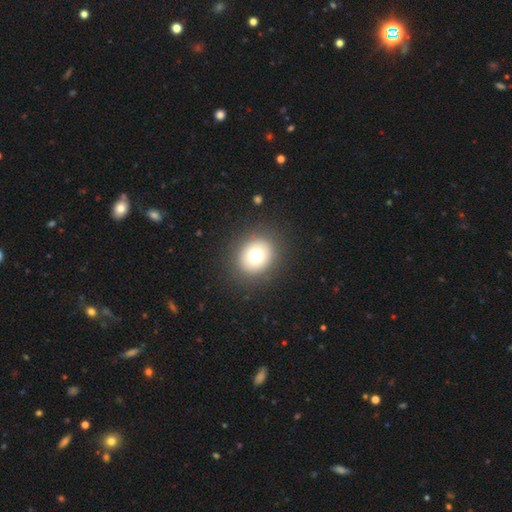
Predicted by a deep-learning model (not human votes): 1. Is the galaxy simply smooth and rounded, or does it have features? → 72% smooth, 16% featured or disk, 12% star or artifact.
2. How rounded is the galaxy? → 73% round, 26% in between, 1% cigar-shaped.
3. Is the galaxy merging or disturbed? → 89% none, 7% minor disturbance, 3% major disturbance, 1% merger.